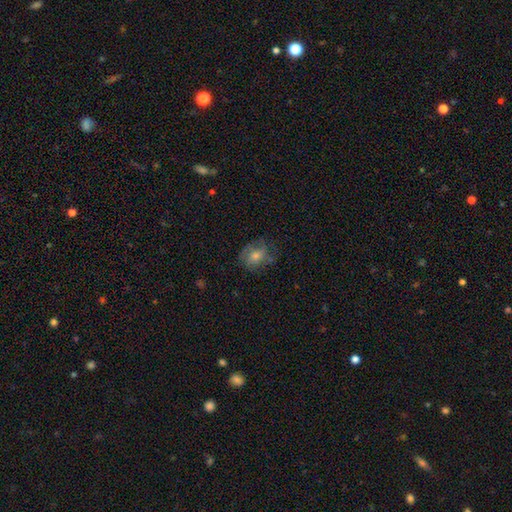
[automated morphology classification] This is possibly a featured or disk galaxy (45%). Merging: likely none (66%).